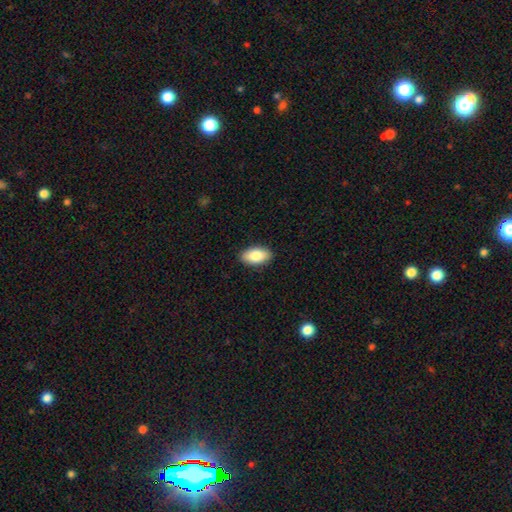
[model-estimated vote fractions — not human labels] Morphology: type=smooth (84%); roundness=in between (94%); merging=none (90%).